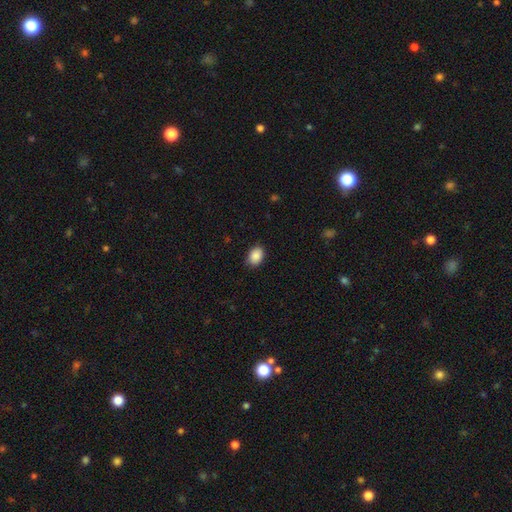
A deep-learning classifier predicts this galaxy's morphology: smooth 89%, star or artifact 7%, featured or disk 4%. Down the decision tree: how rounded — in between (76%); merging — none (84%).